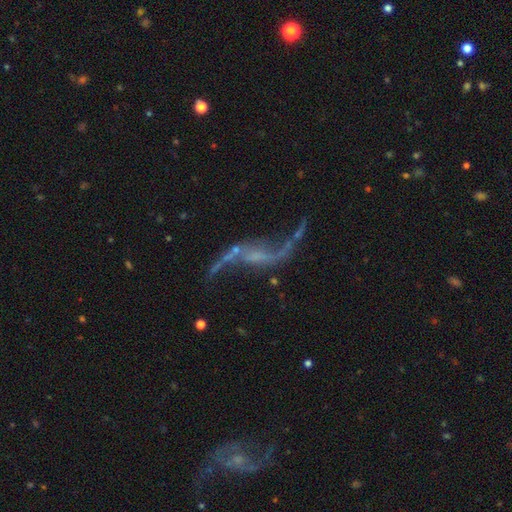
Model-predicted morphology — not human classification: The model was most divided on "bulge size": none: 45%, small: 43%, moderate: 8%, large: 2%, dominant: 1%. Remaining: spiral winding — loose (95%); spiral arms — yes (93%); spiral arm count — 2 (93%); edge-on disk — no (93%); smooth or featured — featured or disk (87%); merging — none (63%); bar — no (45%).